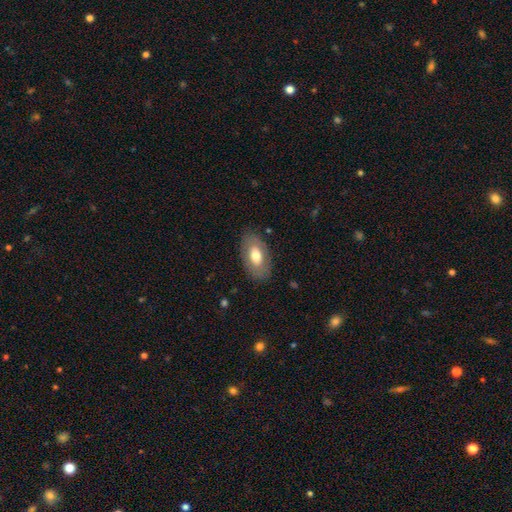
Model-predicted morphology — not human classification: smooth-or-featured: smooth: 64% | featured or disk: 30% | star or artifact: 6%
  how-rounded: in between: 93% | round: 5% | cigar-shaped: 2%
  merging: none: 83% | minor disturbance: 12% | major disturbance: 4% | merger: 1%